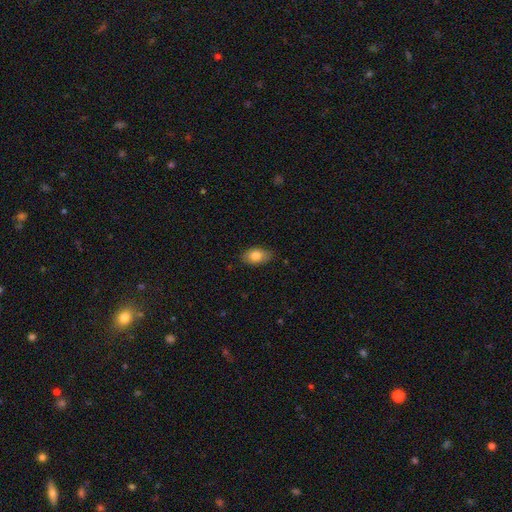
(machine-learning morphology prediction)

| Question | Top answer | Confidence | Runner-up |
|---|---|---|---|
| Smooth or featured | smooth | 82% | featured or disk (11%) |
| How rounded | in between | 89% | round (9%) |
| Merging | none | 81% | minor disturbance (15%) |